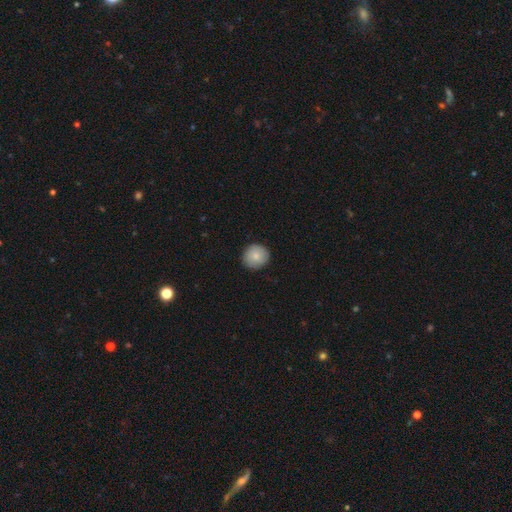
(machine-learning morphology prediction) Smooth or featured? smooth (84%)
How rounded? round (92%)
Merging? none (89%)